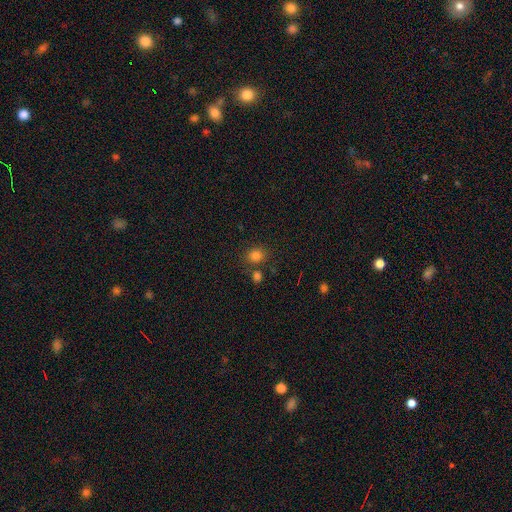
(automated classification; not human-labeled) This is clearly a smooth galaxy (81%). How rounded: likely round (71%). Merging: likely none (72%).